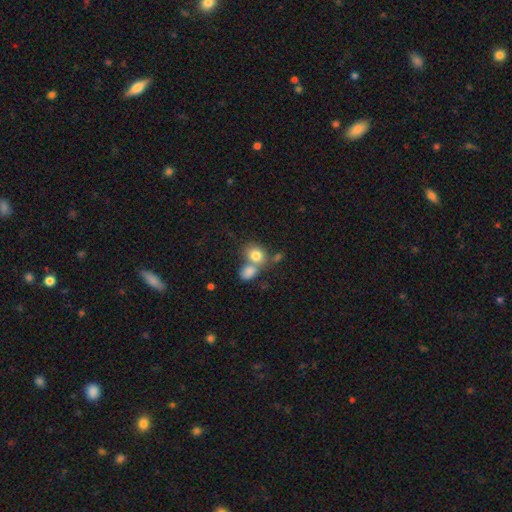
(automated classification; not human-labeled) Smooth or featured: smooth — 79% (featured or disk — 11%)
How rounded: round — 54% (in between — 45%)
Merging: merger — 45% (none — 41%)